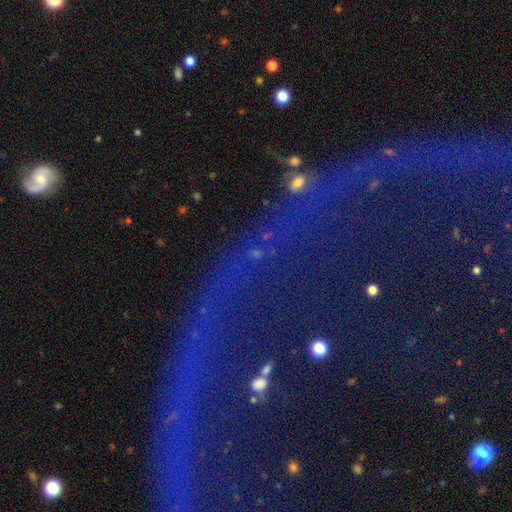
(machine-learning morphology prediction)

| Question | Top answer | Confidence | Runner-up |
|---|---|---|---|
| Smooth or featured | star or artifact | 68% | featured or disk (20%) |